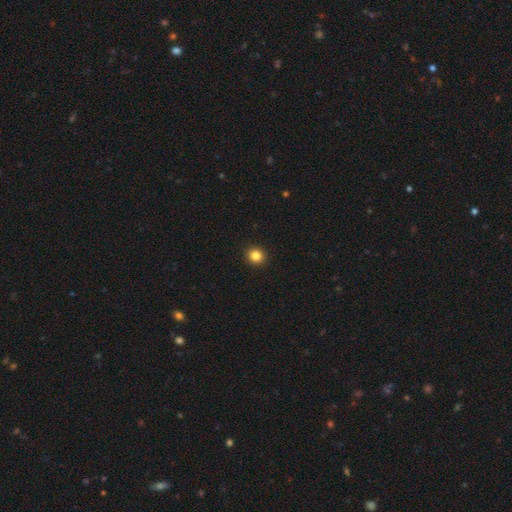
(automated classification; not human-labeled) Overall: smooth (84%). How rounded: round (88%). Merging: none (93%).